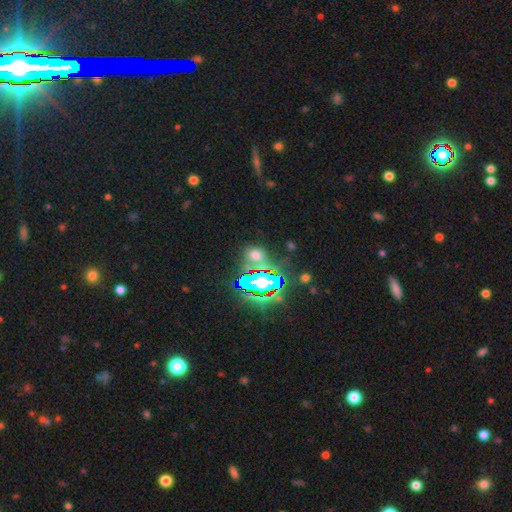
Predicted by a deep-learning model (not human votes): This is marginally a smooth galaxy (44%, tied with star or artifact). Merging: likely none (66%).